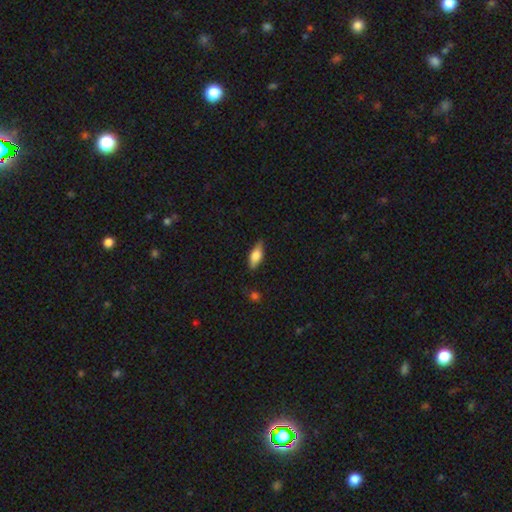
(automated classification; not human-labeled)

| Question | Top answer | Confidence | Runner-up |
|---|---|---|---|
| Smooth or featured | smooth | 73% | featured or disk (20%) |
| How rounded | in between | 75% | cigar-shaped (22%) |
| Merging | none | 81% | minor disturbance (15%) |